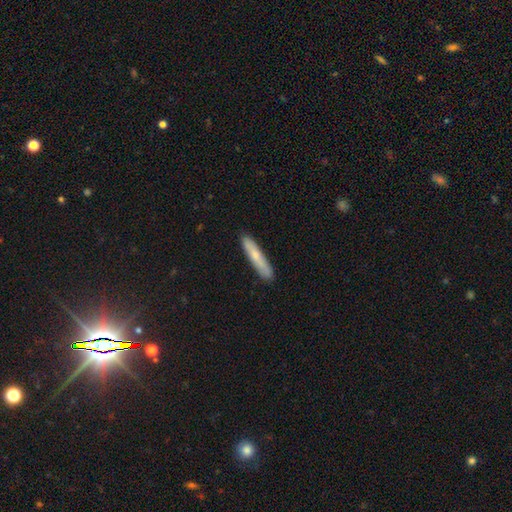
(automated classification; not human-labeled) smooth_or_featured: smooth (p=0.67) [alt: featured or disk p=0.27]
how_rounded: cigar-shaped (p=0.91) [alt: in between p=0.07]
merging: none (p=0.88) [alt: minor disturbance p=0.09]